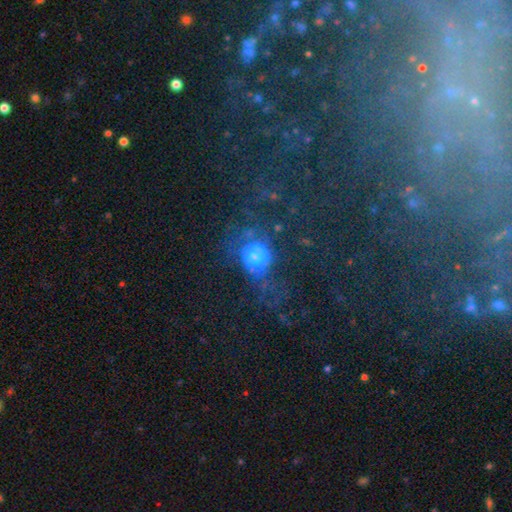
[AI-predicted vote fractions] The model was most divided on "merging": none: 42%, major disturbance: 30%, minor disturbance: 15%, merger: 13%. Remaining: smooth or featured — featured or disk (45%).